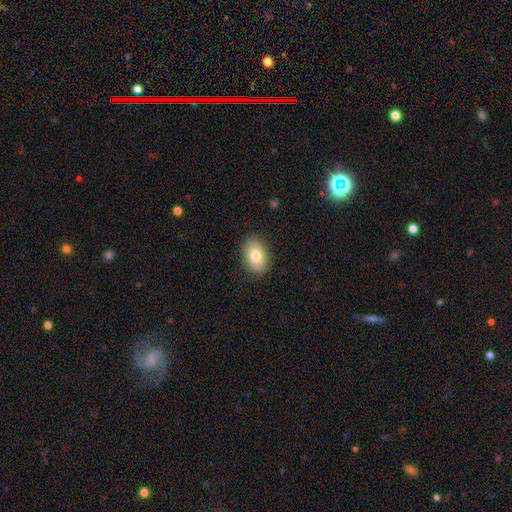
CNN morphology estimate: smooth-or-featured: smooth: 78% | featured or disk: 15% | star or artifact: 8%
  how-rounded: in between: 83% | round: 16% | cigar-shaped: 1%
  merging: none: 88% | minor disturbance: 9% | major disturbance: 2% | merger: 1%